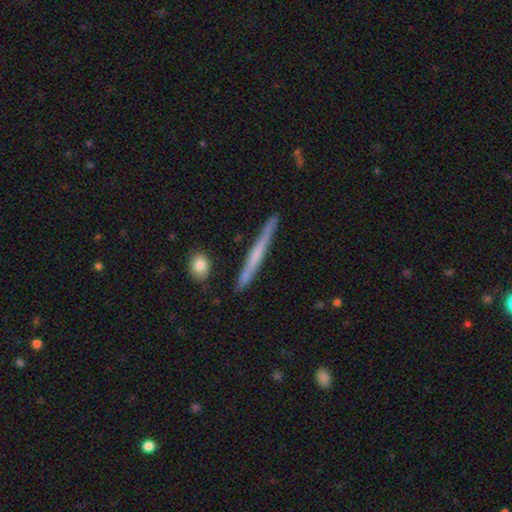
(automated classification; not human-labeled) The model was most divided on "smooth or featured": featured or disk: 54%, smooth: 40%, star or artifact: 6%. More confident: edge-on disk — yes (97%); merging — none (89%); edge-on bulge — none (75%).